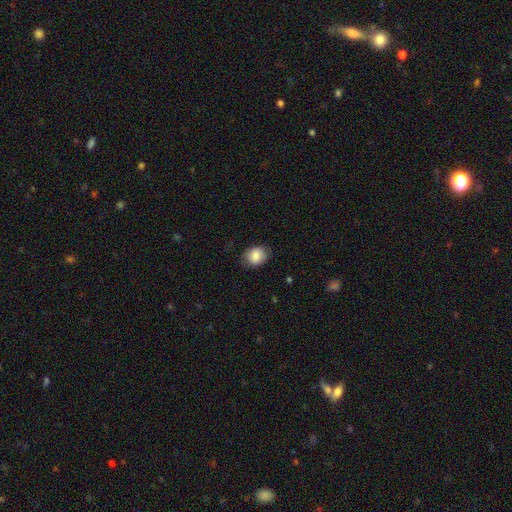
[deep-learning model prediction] smooth-or-featured: smooth: 84% | featured or disk: 8% | star or artifact: 8%
  how-rounded: round: 52% | in between: 47% | cigar-shaped: 1%
  merging: none: 77% | minor disturbance: 18% | major disturbance: 4% | merger: 1%